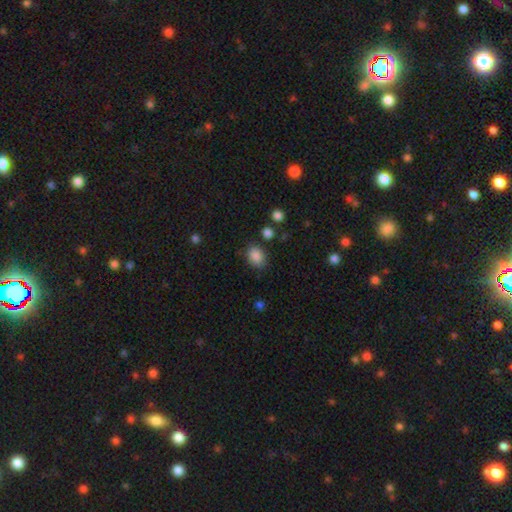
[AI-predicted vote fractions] Smooth or featured?
  - smooth: 86% *
  - star or artifact: 10%
  - featured or disk: 4%
How rounded?
  - in between: 60% *
  - round: 39%
  - cigar-shaped: 1%
Merging?
  - none: 77% *
  - minor disturbance: 15%
  - major disturbance: 4%
  - merger: 3%